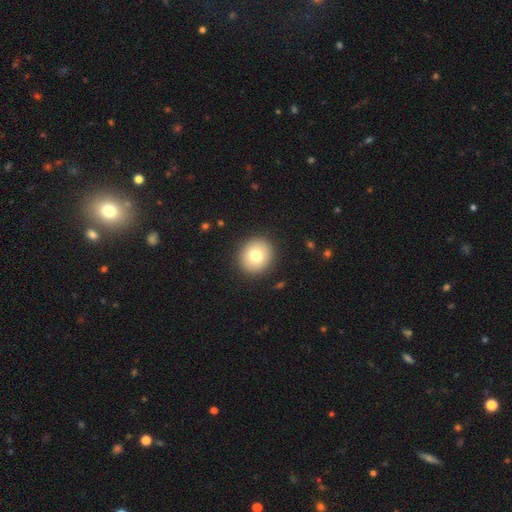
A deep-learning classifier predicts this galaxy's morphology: A smooth galaxy with no disk features (76%) that is round (86%). Merging: none (91%).